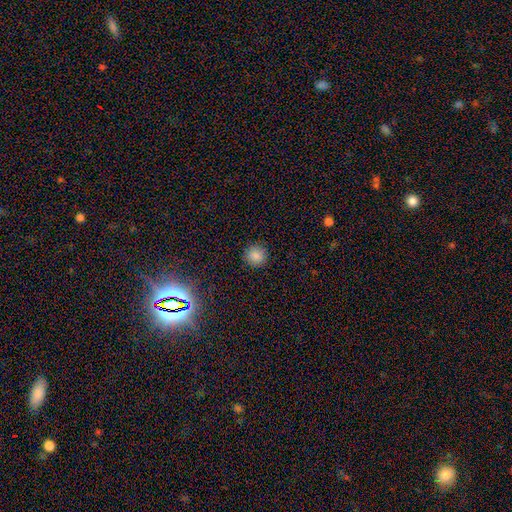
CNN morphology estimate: Smooth or featured? Predicted: smooth (p=0.84). How rounded? Predicted: round (p=0.91). Merging? Predicted: none (p=0.91).